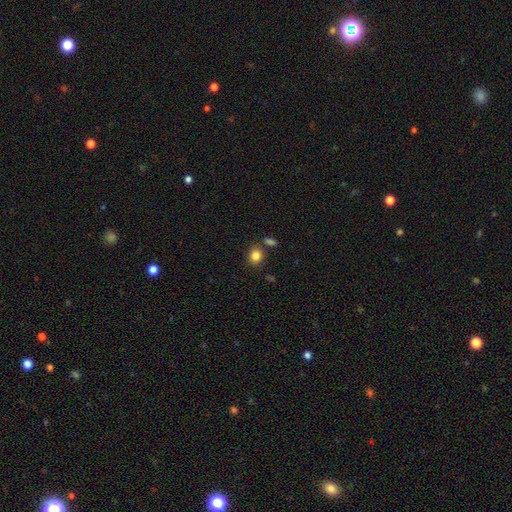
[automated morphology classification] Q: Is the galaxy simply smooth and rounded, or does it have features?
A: smooth — 84%.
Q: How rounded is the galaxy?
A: round — 61%.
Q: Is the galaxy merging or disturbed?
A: none — 76%.